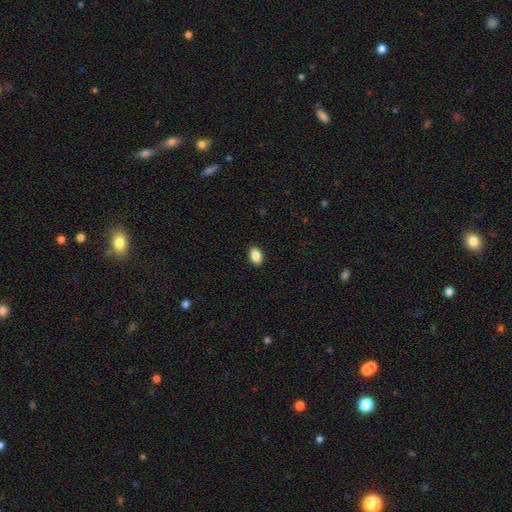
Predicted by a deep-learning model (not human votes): Smooth or featured? smooth (87%)
How rounded? in between (89%)
Merging? none (90%)